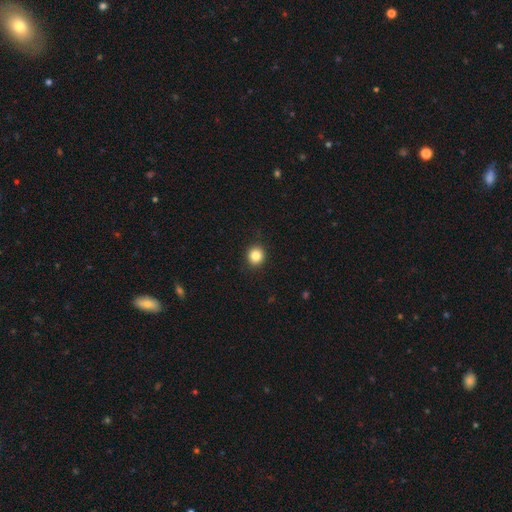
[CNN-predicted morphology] smooth-or-featured: smooth: 84% | star or artifact: 11% | featured or disk: 5%
  how-rounded: round: 88% | in between: 11% | cigar-shaped: 1%
  merging: none: 91% | minor disturbance: 6% | major disturbance: 2% | merger: 1%